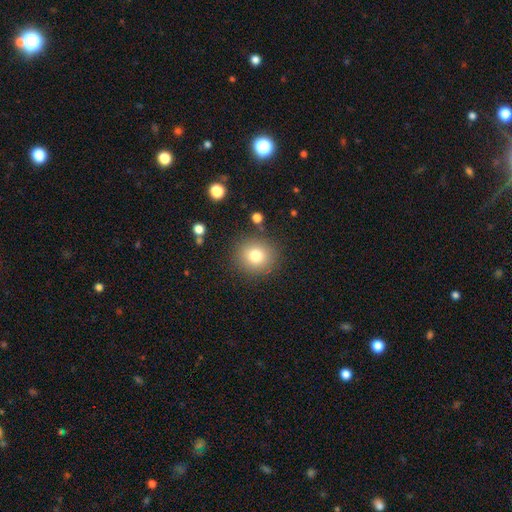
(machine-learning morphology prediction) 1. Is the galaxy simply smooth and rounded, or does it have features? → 78% smooth, 12% star or artifact, 10% featured or disk.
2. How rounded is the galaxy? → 89% round, 10% in between, 1% cigar-shaped.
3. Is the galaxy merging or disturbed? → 87% none, 8% minor disturbance, 3% major disturbance, 2% merger.